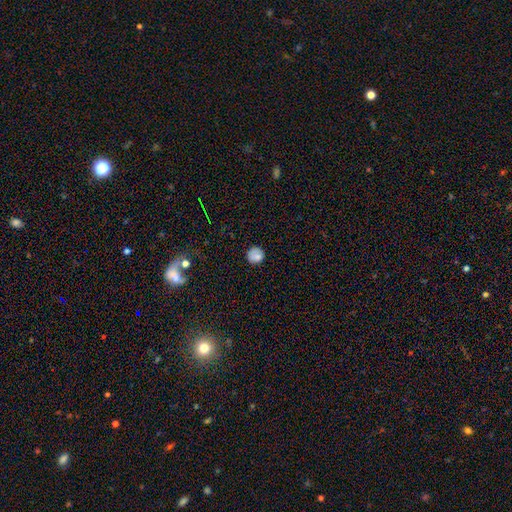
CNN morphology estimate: This is likely a smooth galaxy (79%). How rounded: clearly round (88%). Merging: likely none (78%).